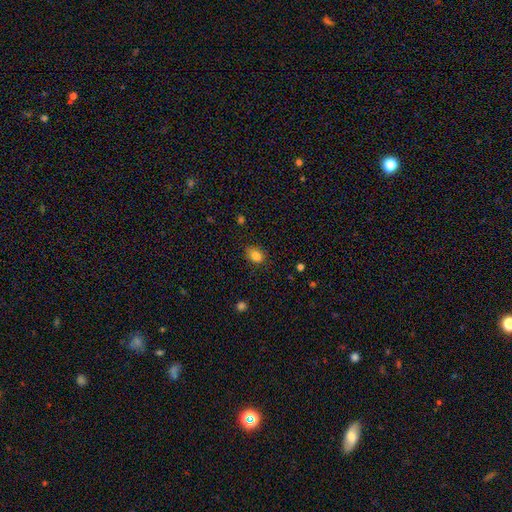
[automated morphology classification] Smooth or featured: smooth — 84% (star or artifact — 10%)
How rounded: in between — 62% (round — 37%)
Merging: none — 81% (minor disturbance — 15%)